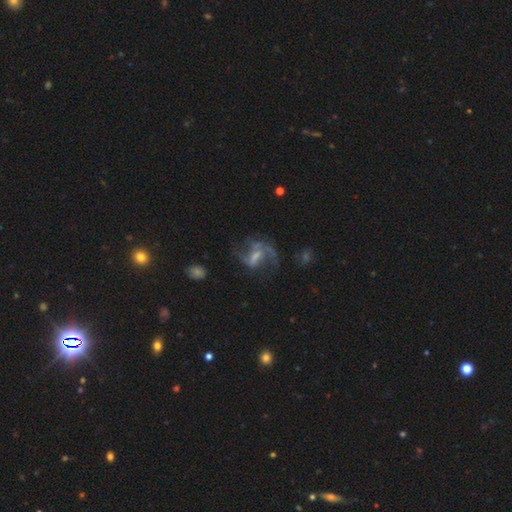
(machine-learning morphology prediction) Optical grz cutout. It shows a featured or disk galaxy (71%) with a weak bar (47%), 2 (65%) loose (59%) spiral arms (80%) and a small central bulge (34%). Merging: none (41%).